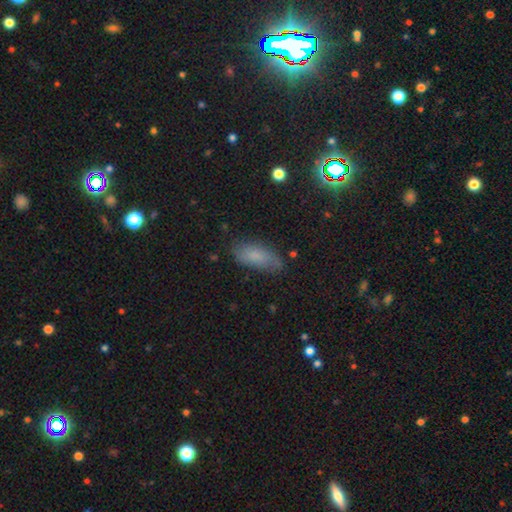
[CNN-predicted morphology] type=smooth (70%); roundness=in between (82%); merging=none (73%).